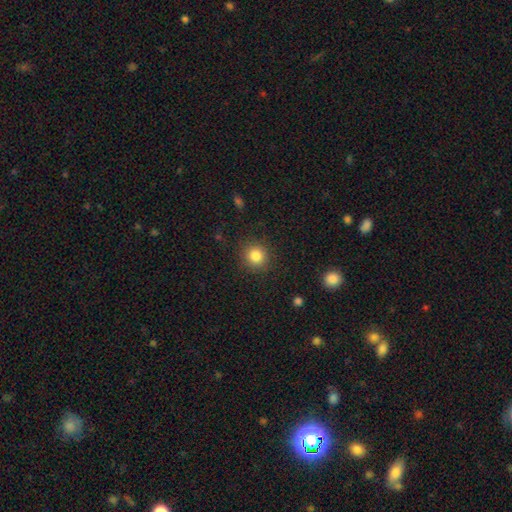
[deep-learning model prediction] This is clearly a smooth galaxy (83%). How rounded: clearly round (90%). Merging: clearly none (88%).